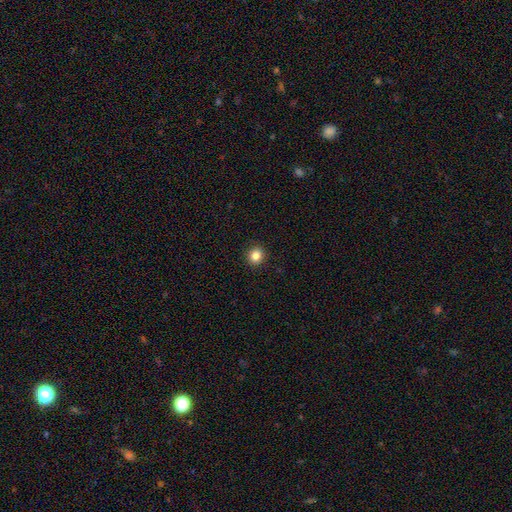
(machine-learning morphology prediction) smooth 84%, star or artifact 11%, featured or disk 5%. Down the decision tree: how rounded — round (88%); merging — none (93%).